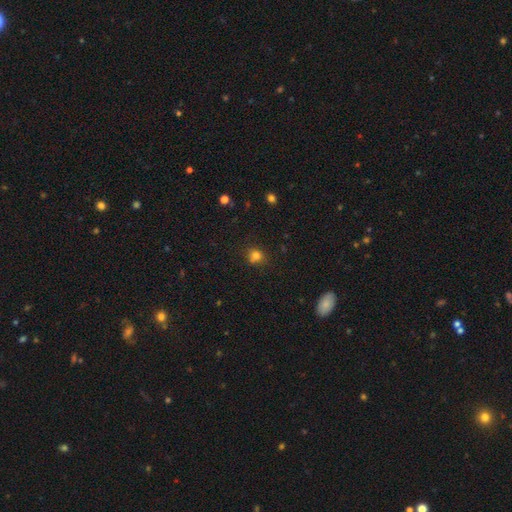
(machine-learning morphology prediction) A smooth galaxy with no disk features (79%) that is round (80%). Merging: none (74%).